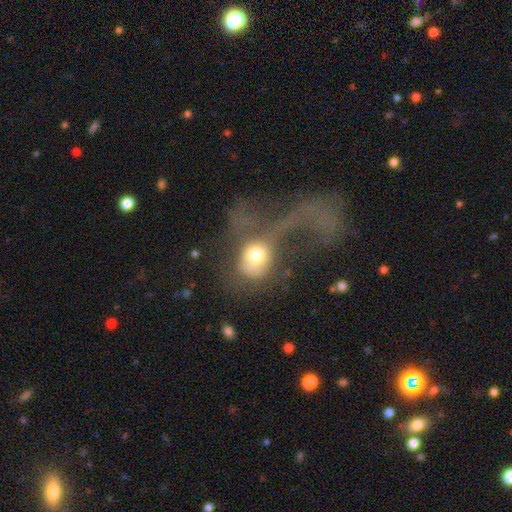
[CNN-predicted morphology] Smooth or featured? Predicted: smooth (p=0.63). How rounded? Predicted: round (p=0.61). Merging? Predicted: major disturbance (p=0.69).